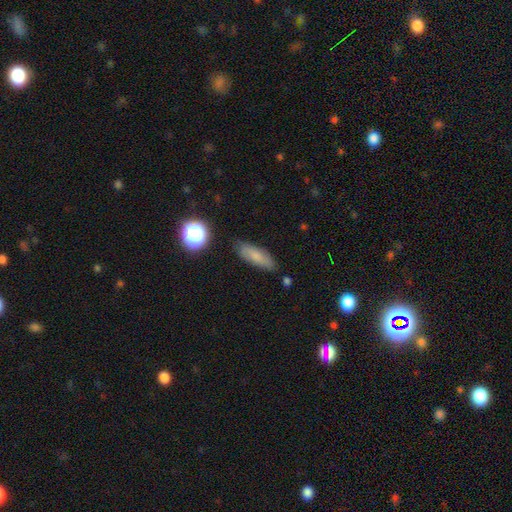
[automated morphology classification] This appears to be a smooth galaxy with no disk features (73%) that is in between round and cigar-shaped (53%). Merging: none (77%).